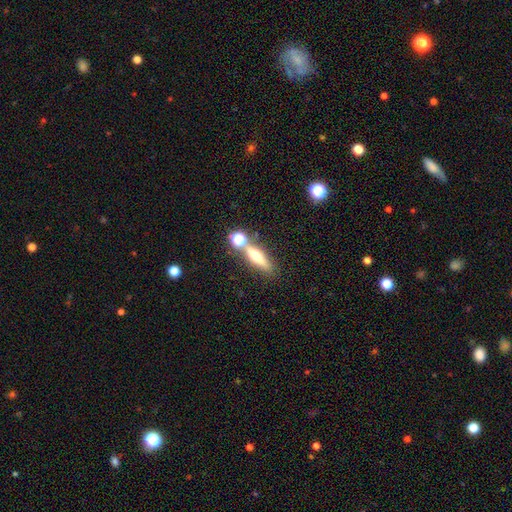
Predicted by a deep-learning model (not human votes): Smooth or featured? Predicted: smooth (p=0.49). Merging? Predicted: none (p=0.63).